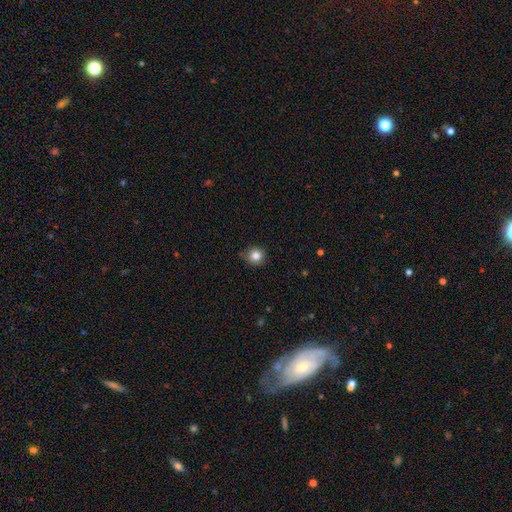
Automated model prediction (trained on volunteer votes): Smooth or featured: smooth — 84% (star or artifact — 11%)
How rounded: round — 92% (in between — 7%)
Merging: none — 87% (minor disturbance — 10%)